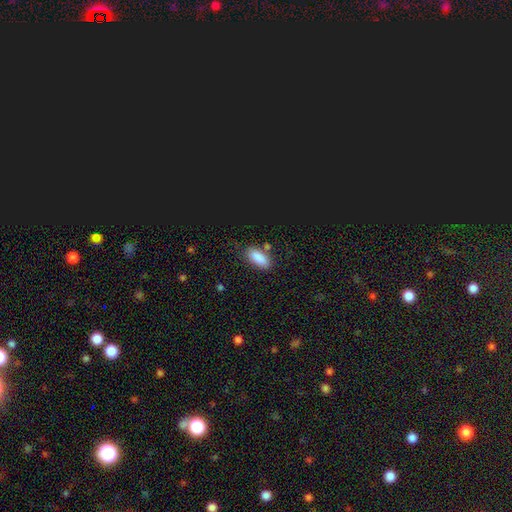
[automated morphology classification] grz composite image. It shows a smooth galaxy with no disk features (86%) that is in between round and cigar-shaped (84%). Merging: none (78%).